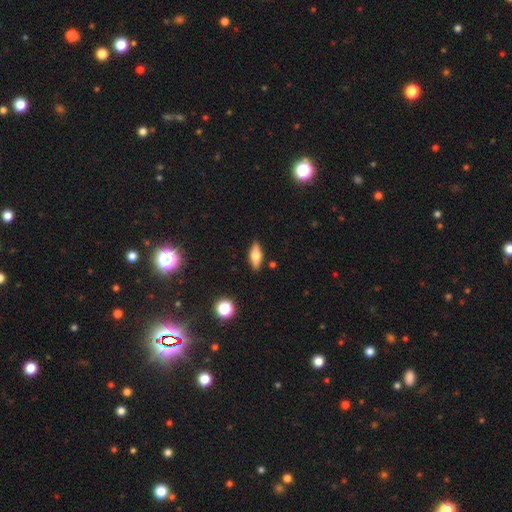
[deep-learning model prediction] This appears to be a smooth galaxy with no disk features (54%) that is in between round and cigar-shaped (67%). Merging: none (87%).